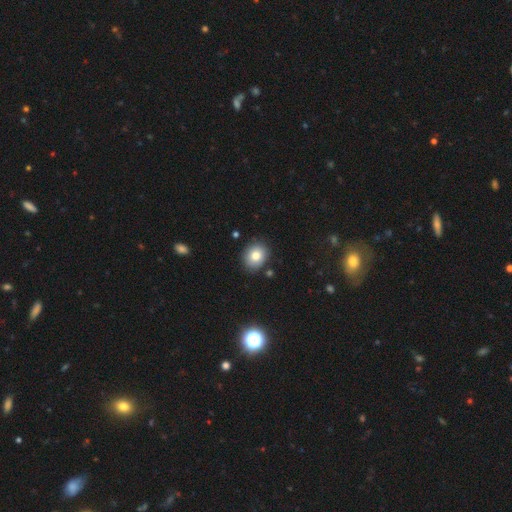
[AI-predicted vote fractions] A smooth galaxy with no disk features (80%) that is round (62%). Merging: none (85%).